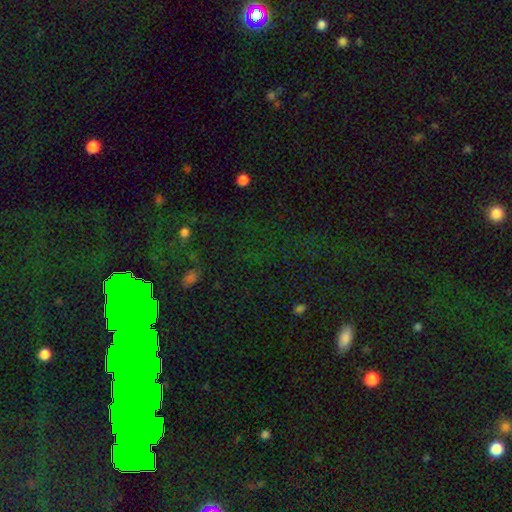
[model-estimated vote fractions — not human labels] Smooth or featured?
  - star or artifact: 60% *
  - smooth: 22%
  - featured or disk: 18%